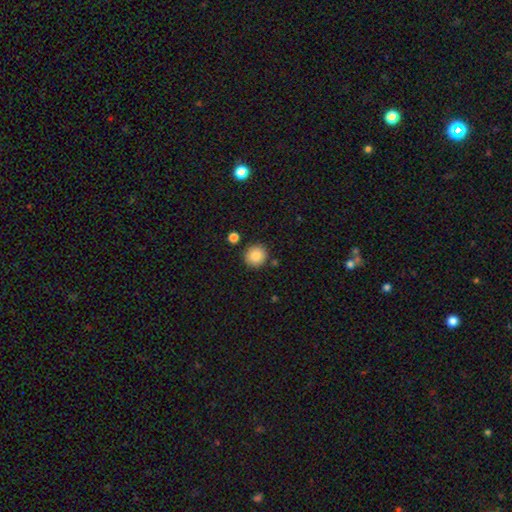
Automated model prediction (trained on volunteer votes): A smooth galaxy with no disk features (87%) that is round (92%).

Vote fractions:
- Smooth or featured? smooth: 87% / star or artifact: 9% / featured or disk: 5%
- How rounded? round: 92% / in between: 7% / cigar-shaped: 1%
- Merging? none: 87% / minor disturbance: 7% / merger: 4% / major disturbance: 2%